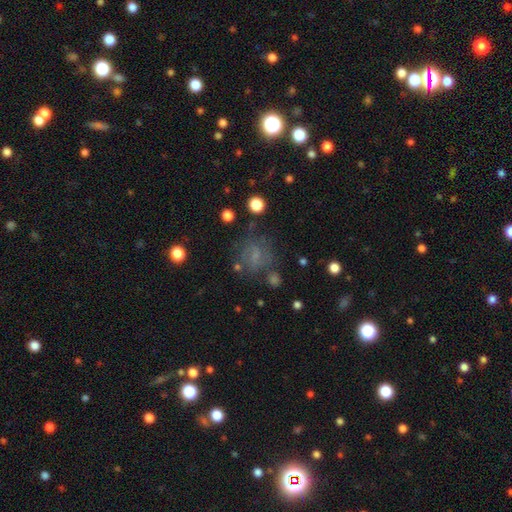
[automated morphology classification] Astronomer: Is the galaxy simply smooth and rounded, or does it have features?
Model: smooth — 46% (runner-up: featured or disk, 29%).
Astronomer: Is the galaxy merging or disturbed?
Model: none — 60%.